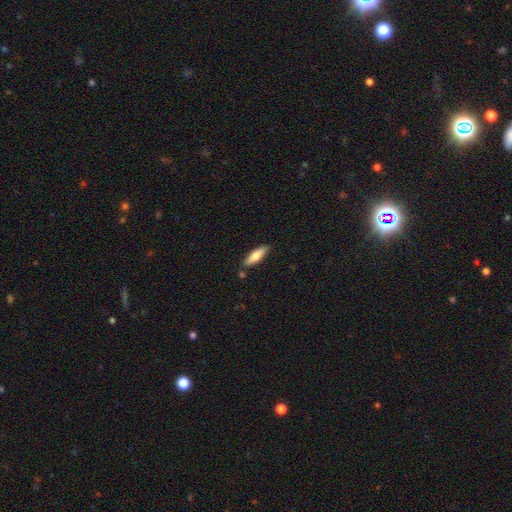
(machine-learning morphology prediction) Q: Smooth or featured?
A: smooth (70%); runner-up: featured or disk (24%)
Q: How rounded?
A: cigar-shaped (56%); runner-up: in between (42%)
Q: Merging?
A: none (83%); runner-up: minor disturbance (11%)